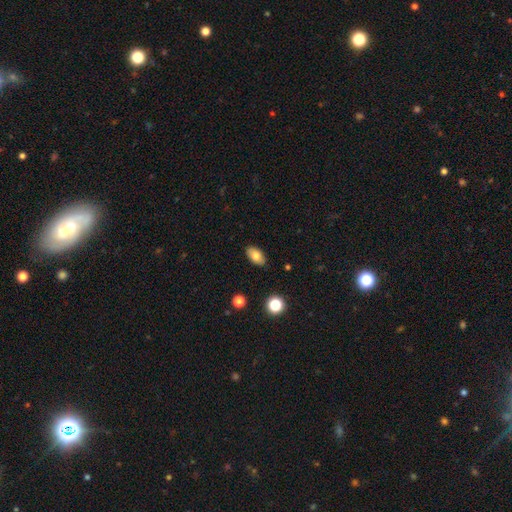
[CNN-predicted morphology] smooth_or_featured: smooth (p=0.80) [alt: featured or disk p=0.11]
how_rounded: in between (p=0.92) [alt: round p=0.06]
merging: none (p=0.87) [alt: minor disturbance p=0.10]